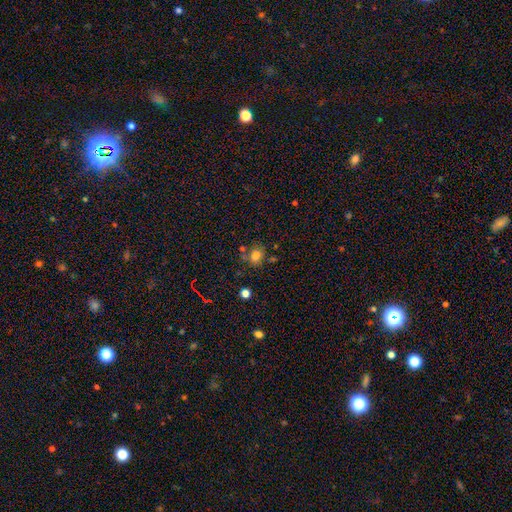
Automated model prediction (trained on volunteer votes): The model was most divided on "how rounded": round: 58%, in between: 41%, cigar-shaped: 1%. More confident: smooth or featured — smooth (77%); merging — none (64%).